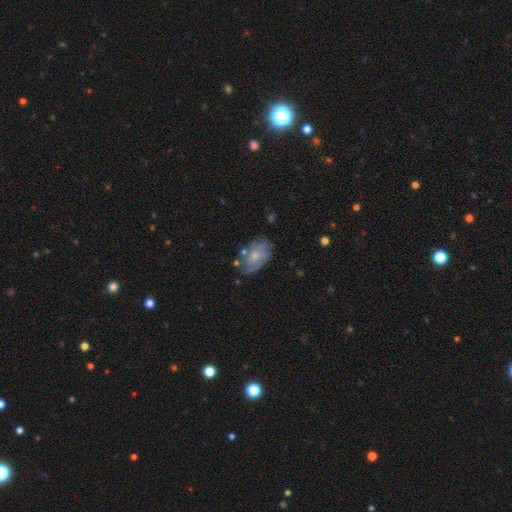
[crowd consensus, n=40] Smooth or featured? featured or disk (60%)
Edge-on disk? no (96%)
Bar? no (78%)
Spiral arms? yes (70%)
Spiral winding? tight (50%)
Spiral arm count? can't tell (56%)
Bulge size? moderate (52%)
Merging? none (54%)